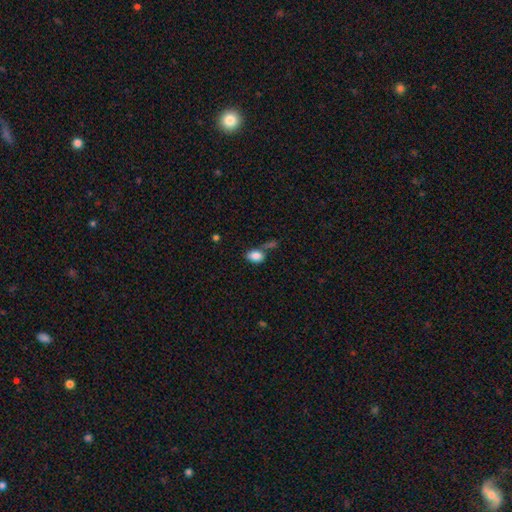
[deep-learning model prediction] smooth-or-featured: smooth: 85% | star or artifact: 9% | featured or disk: 6%
  how-rounded: in between: 83% | round: 16% | cigar-shaped: 2%
  merging: none: 51% | merger: 23% | minor disturbance: 18% | major disturbance: 8%